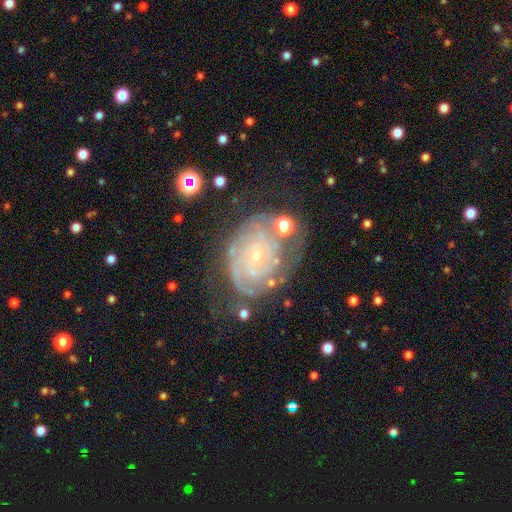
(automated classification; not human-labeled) smooth_or_featured: featured or disk (p=0.85) [alt: smooth p=0.08]
disk_edge_on: no (p=0.97) [alt: yes p=0.03]
bar: no (p=0.78) [alt: weak p=0.17]
has_spiral_arms: yes (p=0.95) [alt: no p=0.05]
spiral_winding: tight (p=0.78) [alt: medium p=0.18]
spiral_arm_count: can't tell (p=0.34) [alt: 2 p=0.23]
bulge_size: small (p=0.83) [alt: moderate p=0.13]
merging: none (p=0.61) [alt: minor disturbance p=0.21]